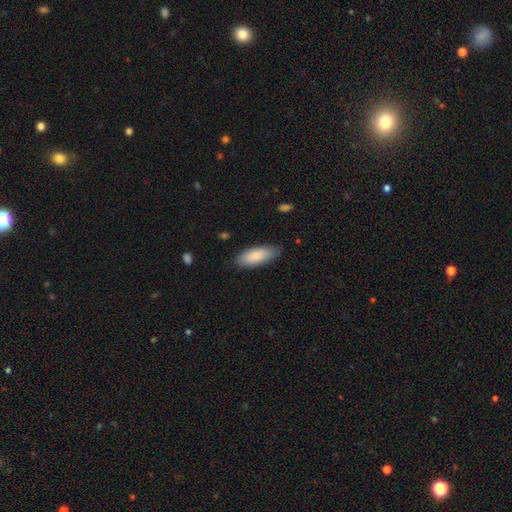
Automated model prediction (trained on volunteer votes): Smooth or featured: smooth — 84% (featured or disk — 10%)
How rounded: in between — 74% (cigar-shaped — 24%)
Merging: none — 81% (minor disturbance — 16%)